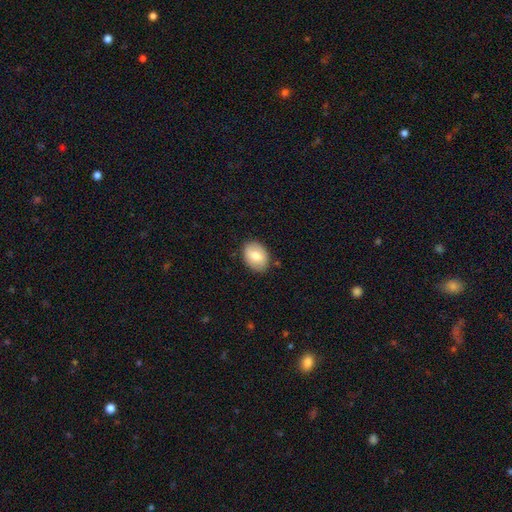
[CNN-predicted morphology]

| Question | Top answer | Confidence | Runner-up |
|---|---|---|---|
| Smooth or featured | smooth | 76% | featured or disk (17%) |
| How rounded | in between | 74% | round (25%) |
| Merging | none | 85% | minor disturbance (11%) |